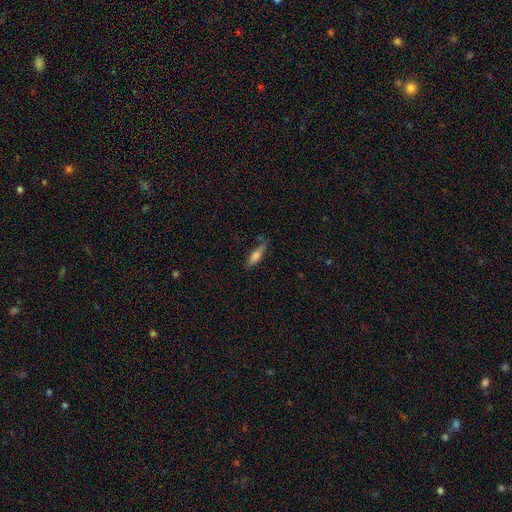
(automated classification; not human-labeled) smooth 70%, featured or disk 22%, star or artifact 7%. Down the decision tree: how rounded — cigar-shaped (62%); merging — none (67%).